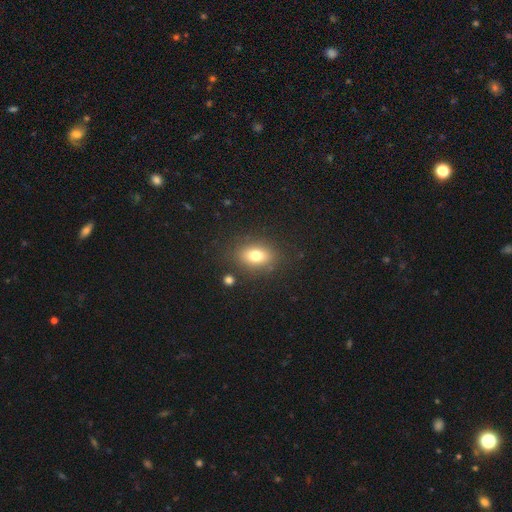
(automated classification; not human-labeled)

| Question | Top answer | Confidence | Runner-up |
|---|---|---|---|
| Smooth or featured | smooth | 76% | featured or disk (13%) |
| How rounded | in between | 71% | round (27%) |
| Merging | none | 83% | minor disturbance (10%) |